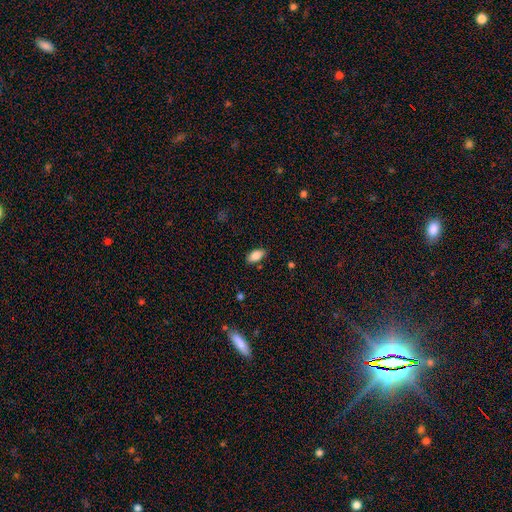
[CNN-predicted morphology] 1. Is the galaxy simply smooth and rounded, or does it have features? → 84% smooth, 8% featured or disk, 8% star or artifact.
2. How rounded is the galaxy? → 92% in between, 5% cigar-shaped, 3% round.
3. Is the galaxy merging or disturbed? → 84% none, 12% minor disturbance, 2% major disturbance, 2% merger.